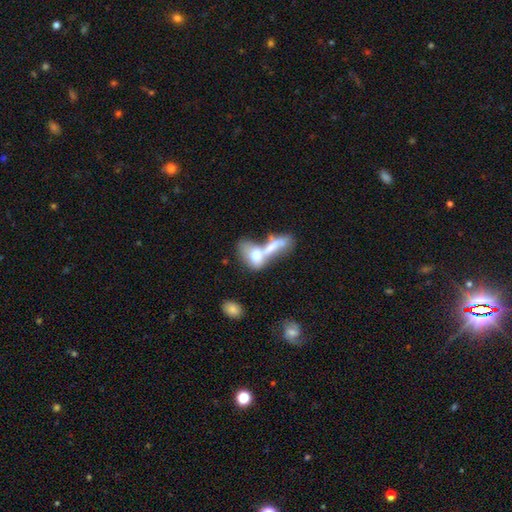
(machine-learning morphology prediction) Overall: smooth (63%; featured or disk 29%). How rounded: in between (74%). Merging: merger (67%).